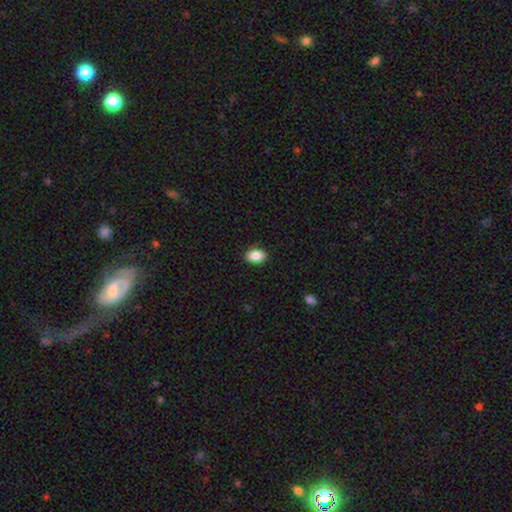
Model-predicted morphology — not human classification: smooth 86%, star or artifact 8%, featured or disk 6%. Down the decision tree: how rounded — in between (87%); merging — none (88%).